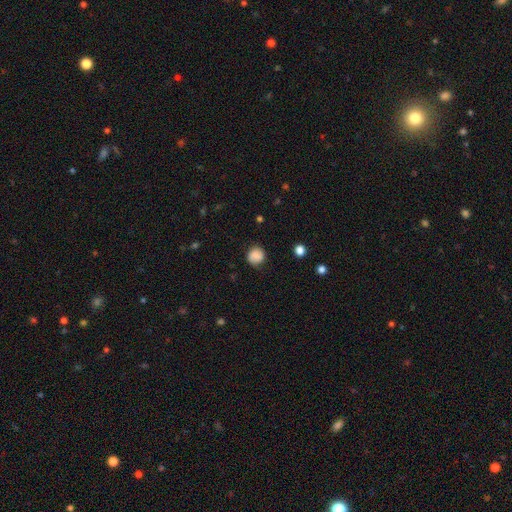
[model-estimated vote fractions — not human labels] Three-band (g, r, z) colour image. It shows a smooth galaxy with no disk features (80%) that is round (87%). Merging: none (79%).